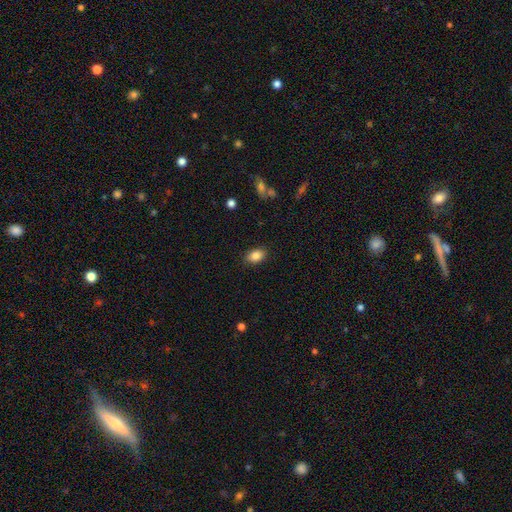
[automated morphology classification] Smooth or featured? smooth (86%)
How rounded? in between (84%)
Merging? none (87%)